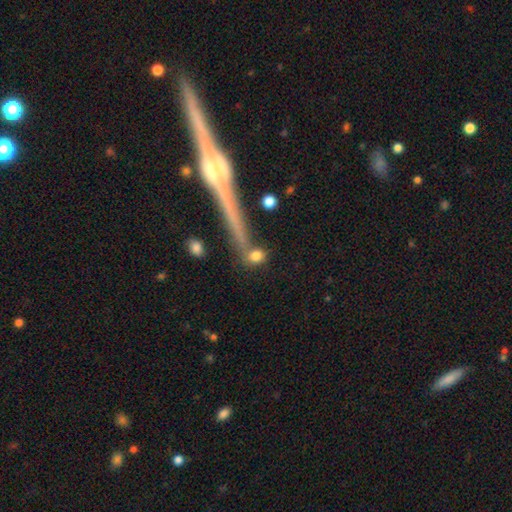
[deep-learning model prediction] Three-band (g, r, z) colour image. It shows a smooth galaxy with no disk features (78%) that is round (58%). Merging: none (65%).